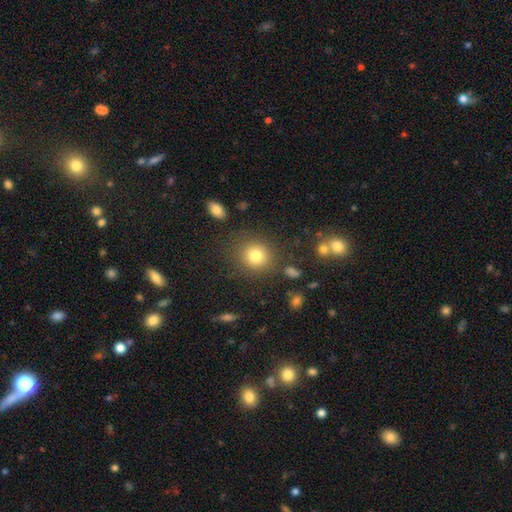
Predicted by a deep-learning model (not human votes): smooth-or-featured: smooth: 80% | star or artifact: 12% | featured or disk: 8%
  how-rounded: round: 85% | in between: 14% | cigar-shaped: 1%
  merging: none: 82% | minor disturbance: 10% | major disturbance: 5% | merger: 4%